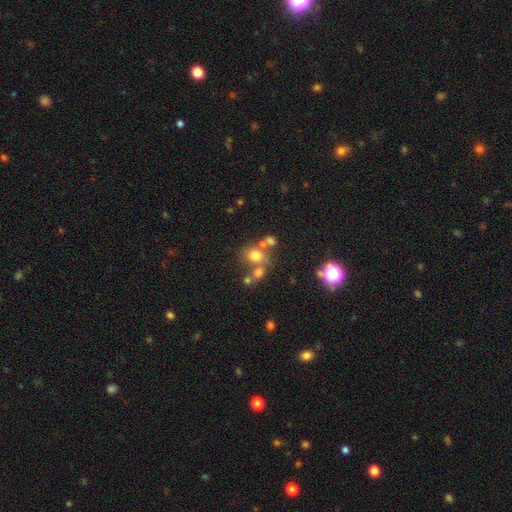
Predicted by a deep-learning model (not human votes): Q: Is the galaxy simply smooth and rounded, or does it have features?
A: smooth — 67%.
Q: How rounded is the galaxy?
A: round — 71%.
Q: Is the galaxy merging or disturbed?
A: none — 51%.